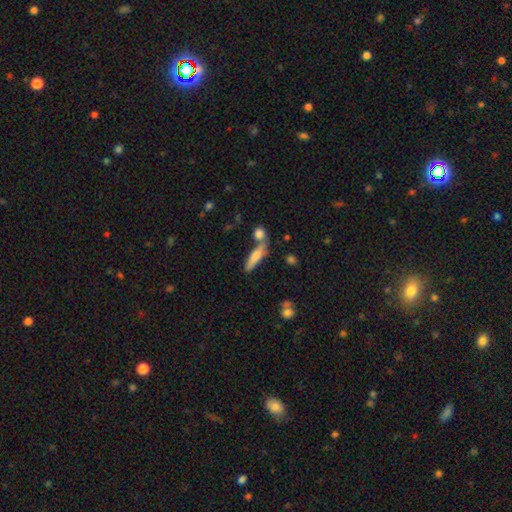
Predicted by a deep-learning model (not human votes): smooth_or_featured: smooth (p=0.65) [alt: featured or disk p=0.27]
how_rounded: cigar-shaped (p=0.74) [alt: in between p=0.23]
merging: none (p=0.56) [alt: merger p=0.25]